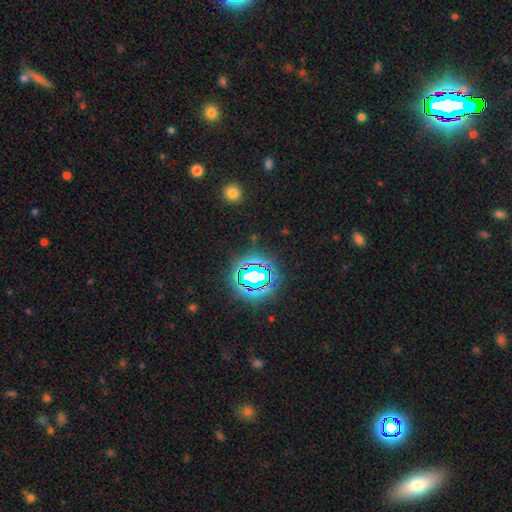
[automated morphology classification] The model was most divided on "smooth or featured": star or artifact: 72%, smooth: 18%, featured or disk: 10%.